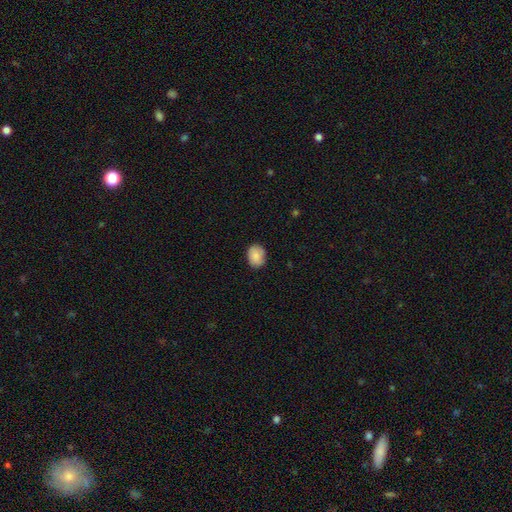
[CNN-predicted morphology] Q: Smooth or featured?
A: smooth (85%); runner-up: featured or disk (8%)
Q: How rounded?
A: in between (58%); runner-up: round (41%)
Q: Merging?
A: none (84%); runner-up: minor disturbance (13%)